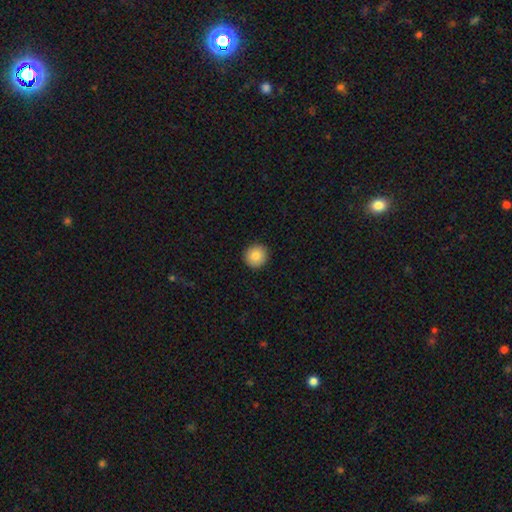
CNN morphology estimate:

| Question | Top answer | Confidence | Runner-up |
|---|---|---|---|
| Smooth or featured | smooth | 85% | star or artifact (8%) |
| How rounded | round | 95% | in between (4%) |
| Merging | none | 93% | minor disturbance (5%) |